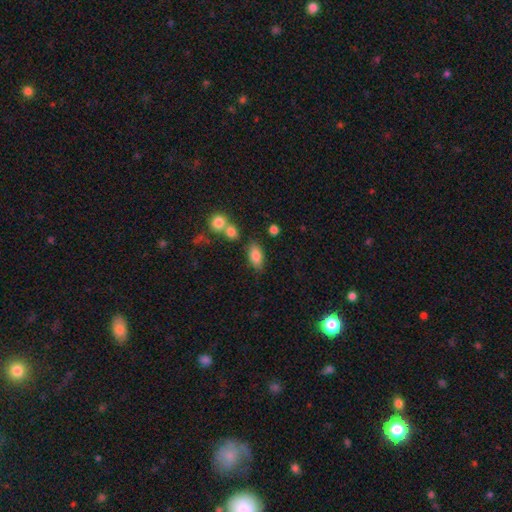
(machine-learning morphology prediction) type=smooth (80%); roundness=in between (87%); merging=none (73%).